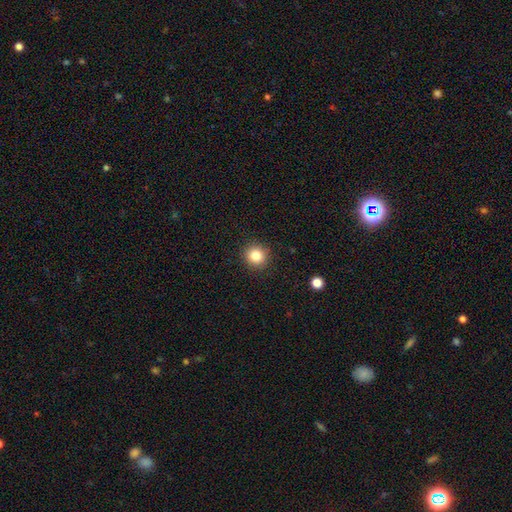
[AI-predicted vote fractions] A smooth galaxy with no disk features (84%) that is round (92%). Merging: none (91%).